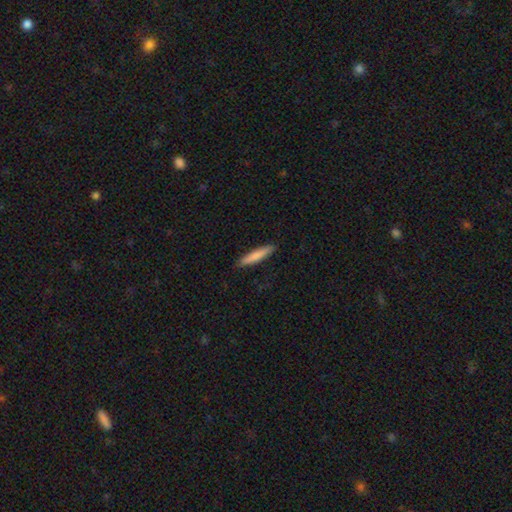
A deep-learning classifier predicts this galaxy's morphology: A smooth galaxy with no disk features (78%) that is cigar-shaped (91%).

Vote fractions:
- Smooth or featured? smooth: 78% / featured or disk: 17% / star or artifact: 5%
- How rounded? cigar-shaped: 91% / in between: 8% / round: 1%
- Merging? none: 90% / minor disturbance: 7% / major disturbance: 2% / merger: 1%